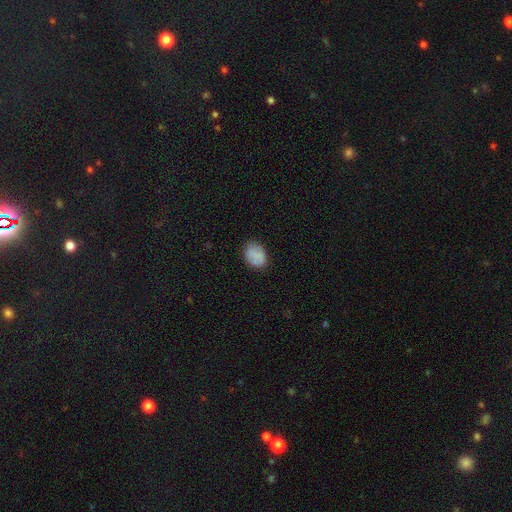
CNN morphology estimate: Overall: smooth (86%). How rounded: in between (71%). Merging: none (80%).